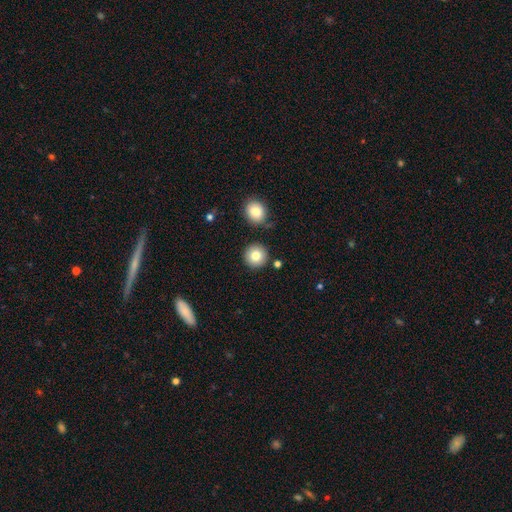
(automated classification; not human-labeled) smooth 83%, star or artifact 9%, featured or disk 9%. Down the decision tree: how rounded — round (94%); merging — none (86%).